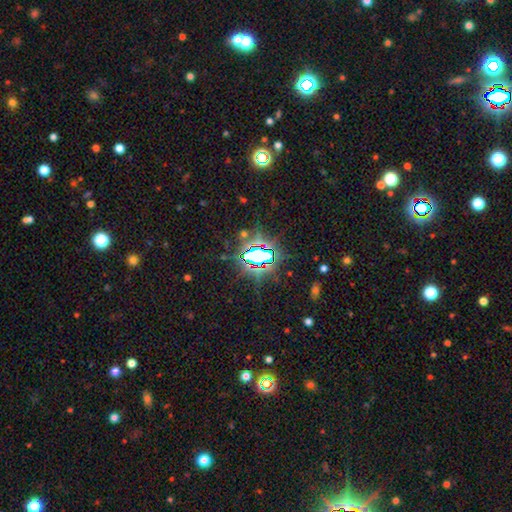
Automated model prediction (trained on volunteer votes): A star or artifact, not a galaxy (80%).